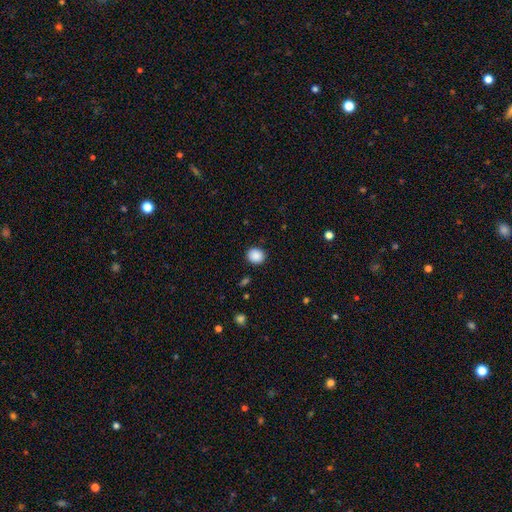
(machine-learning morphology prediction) A smooth galaxy with no disk features (88%) that is round (81%). Merging: none (90%).